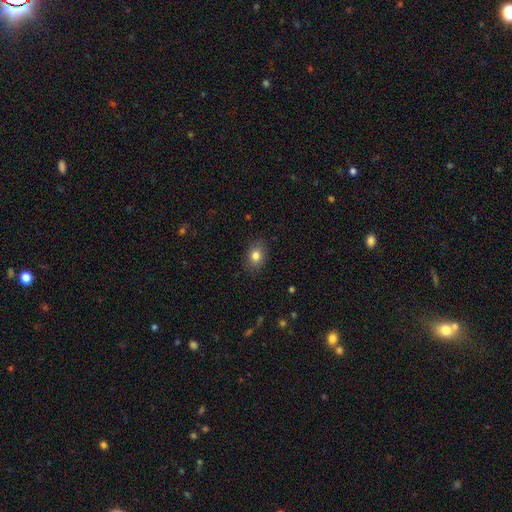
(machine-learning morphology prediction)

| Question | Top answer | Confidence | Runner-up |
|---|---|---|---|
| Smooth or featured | smooth | 82% | star or artifact (10%) |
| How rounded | in between | 61% | round (38%) |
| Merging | none | 85% | minor disturbance (11%) |